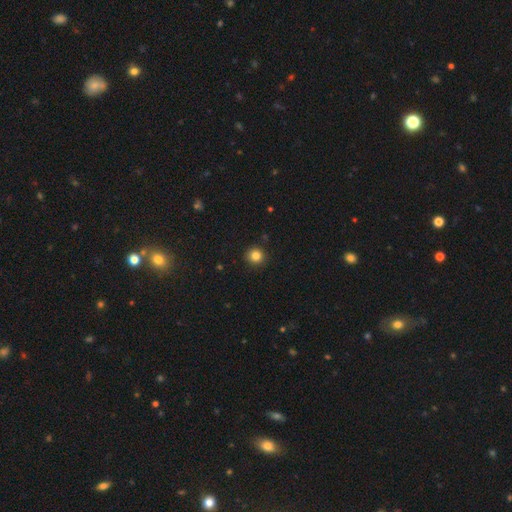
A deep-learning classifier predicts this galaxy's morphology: smooth 83%, star or artifact 12%, featured or disk 5%. Down the decision tree: how rounded — round (93%); merging — none (91%).